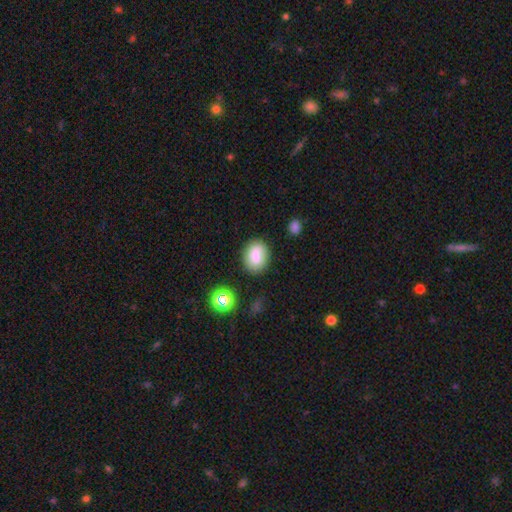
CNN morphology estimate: smooth_or_featured: smooth (p=0.77) [alt: featured or disk p=0.13]
how_rounded: in between (p=0.58) [alt: round p=0.40]
merging: none (p=0.75) [alt: minor disturbance p=0.17]